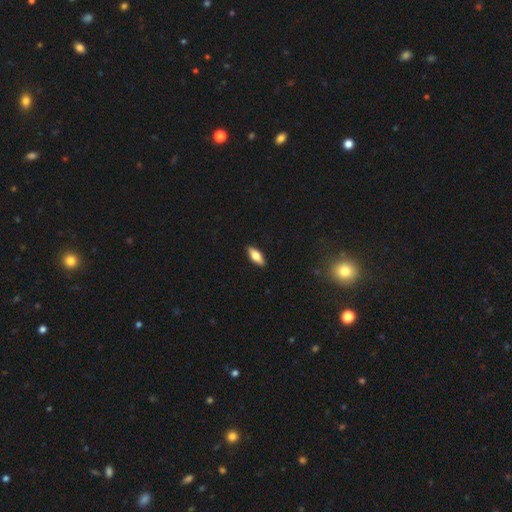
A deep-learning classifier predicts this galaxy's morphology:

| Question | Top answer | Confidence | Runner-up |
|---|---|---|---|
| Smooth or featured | smooth | 67% | featured or disk (27%) |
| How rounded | in between | 75% | cigar-shaped (22%) |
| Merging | none | 90% | minor disturbance (8%) |